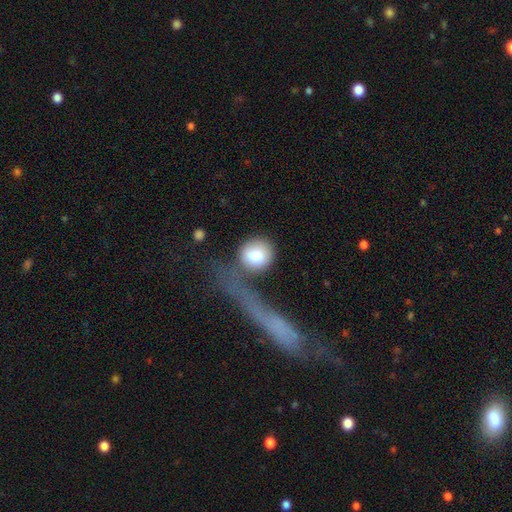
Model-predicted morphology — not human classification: This is clearly a smooth galaxy (83%). How rounded: clearly round (85%). Merging: possibly none (47%).